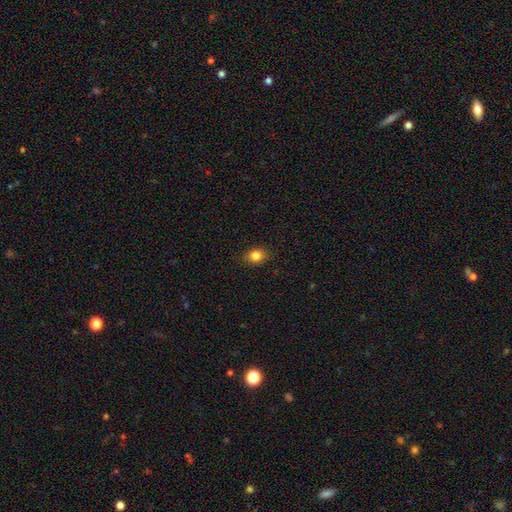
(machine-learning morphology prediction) This appears to be a smooth galaxy with no disk features (83%) that is round (51%). Merging: none (87%).